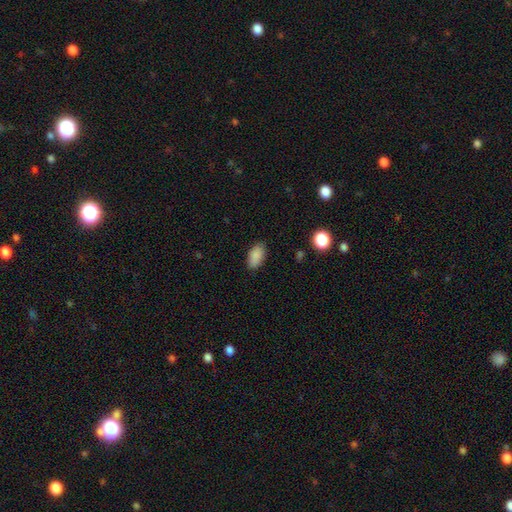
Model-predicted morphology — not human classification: smooth 87%, star or artifact 8%, featured or disk 5%. Down the decision tree: how rounded — in between (92%); merging — none (83%).